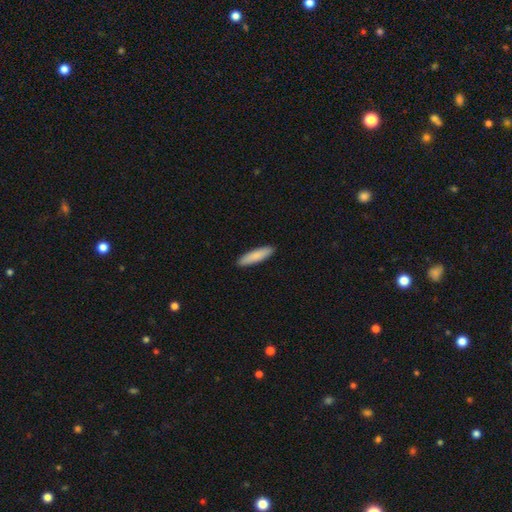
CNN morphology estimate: smooth_or_featured: smooth (p=0.86) [alt: featured or disk p=0.08]
how_rounded: cigar-shaped (p=0.76) [alt: in between p=0.23]
merging: none (p=0.91) [alt: minor disturbance p=0.07]